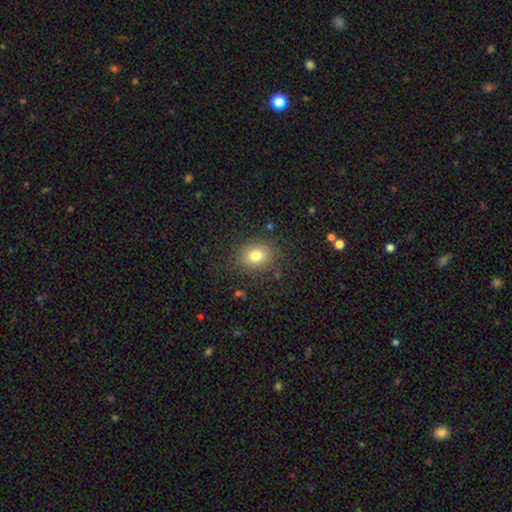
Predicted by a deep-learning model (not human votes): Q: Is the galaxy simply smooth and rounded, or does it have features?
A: smooth — 80%.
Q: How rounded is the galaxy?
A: in between — 57%.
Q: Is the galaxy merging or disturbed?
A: none — 83%.